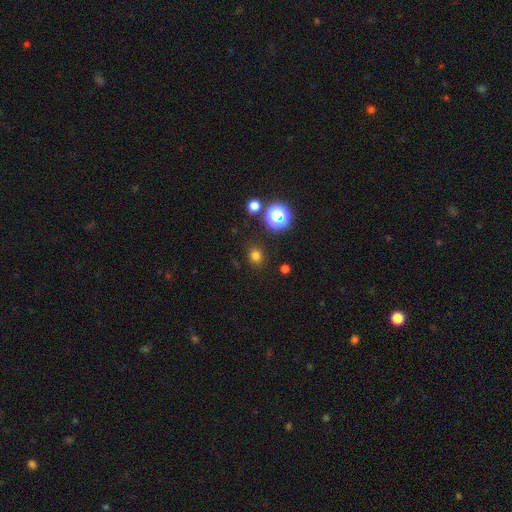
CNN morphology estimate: smooth 74%, star or artifact 21%, featured or disk 5%. Down the decision tree: how rounded — round (84%); merging — none (88%).